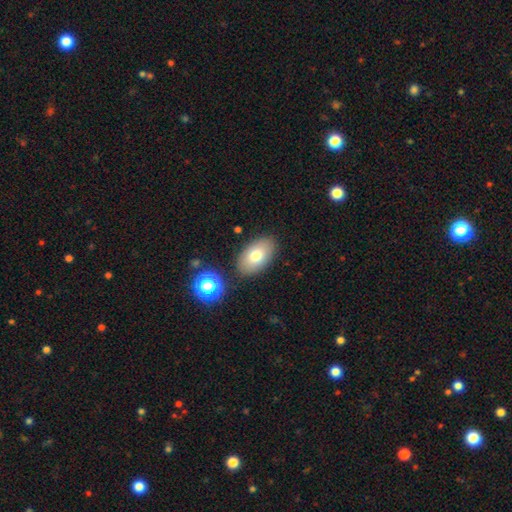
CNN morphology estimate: Smooth or featured: smooth — 75% (featured or disk — 16%)
How rounded: in between — 91% (round — 7%)
Merging: none — 84% (minor disturbance — 10%)